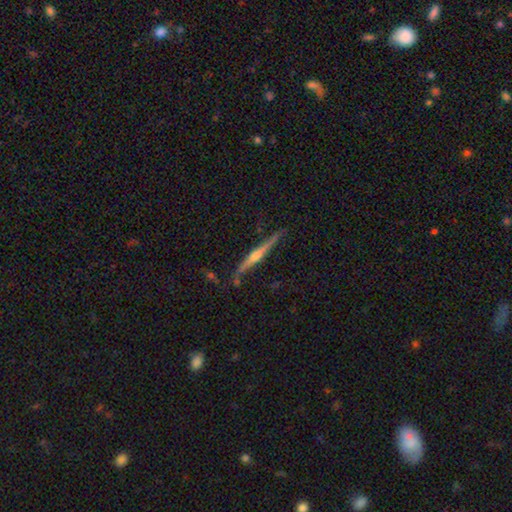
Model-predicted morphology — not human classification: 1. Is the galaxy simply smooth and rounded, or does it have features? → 78% featured or disk, 16% smooth, 6% star or artifact.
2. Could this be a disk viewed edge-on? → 98% yes, 2% no.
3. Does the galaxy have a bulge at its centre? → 83% rounded, 11% none, 6% boxy.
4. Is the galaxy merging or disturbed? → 81% none, 14% minor disturbance, 3% merger, 2% major disturbance.